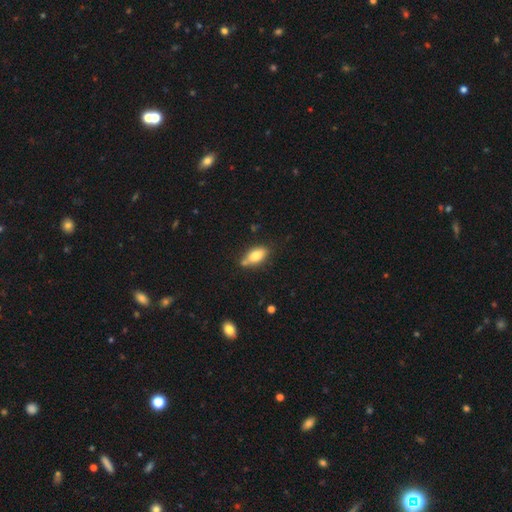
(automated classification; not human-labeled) A smooth galaxy with no disk features (77%) that is in between round and cigar-shaped (85%).

Vote fractions:
- Smooth or featured? smooth: 77% / featured or disk: 16% / star or artifact: 7%
- How rounded? in between: 85% / cigar-shaped: 11% / round: 4%
- Merging? none: 66% / minor disturbance: 20% / merger: 10% / major disturbance: 4%